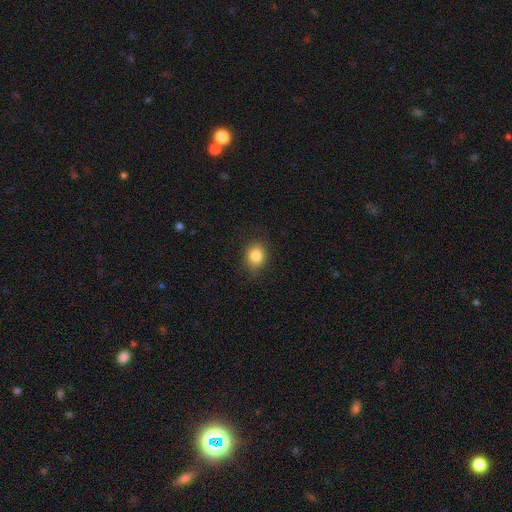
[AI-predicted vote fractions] Smooth or featured? Predicted: smooth (p=0.82). How rounded? Predicted: round (p=0.69). Merging? Predicted: none (p=0.81).